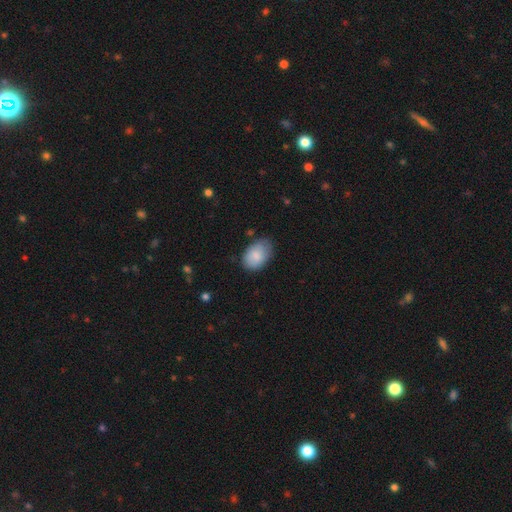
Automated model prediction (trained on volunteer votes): smooth-or-featured: smooth: 85% | featured or disk: 9% | star or artifact: 6%
  how-rounded: in between: 89% | round: 10% | cigar-shaped: 1%
  merging: none: 72% | minor disturbance: 22% | major disturbance: 4% | merger: 2%